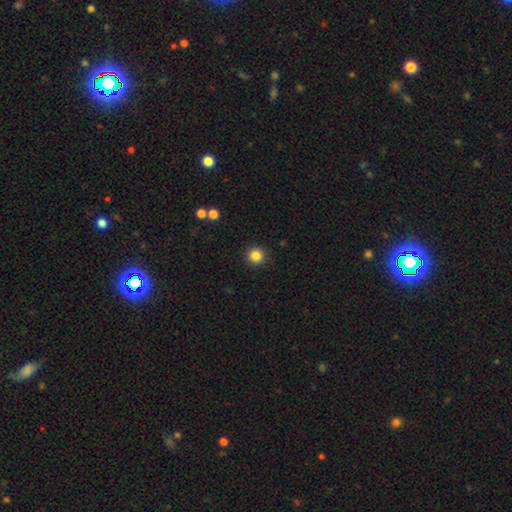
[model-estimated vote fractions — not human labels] Overall: smooth (85%). How rounded: round (95%). Merging: none (92%).